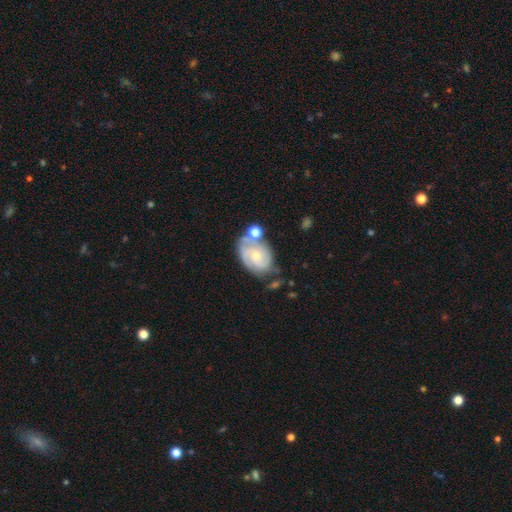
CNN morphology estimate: Smooth or featured?
  - featured or disk: 71% *
  - smooth: 22%
  - star or artifact: 7%
Edge-on disk?
  - no: 97% *
  - yes: 3%
Bar?
  - no: 71% *
  - weak: 25%
  - strong: 4%
Spiral arms?
  - yes: 87% *
  - no: 13%
Spiral winding?
  - tight: 57% *
  - medium: 32%
  - loose: 10%
Spiral arm count?
  - 2: 45% *
  - can't tell: 31%
  - 3: 13%
  - 1: 5%
  - 4: 3%
  - more than 4: 3%
Bulge size?
  - small: 62% *
  - moderate: 33%
  - none: 2%
  - large: 1%
  - dominant: 1%
Merging?
  - none: 48% *
  - minor disturbance: 24%
  - merger: 17%
  - major disturbance: 11%